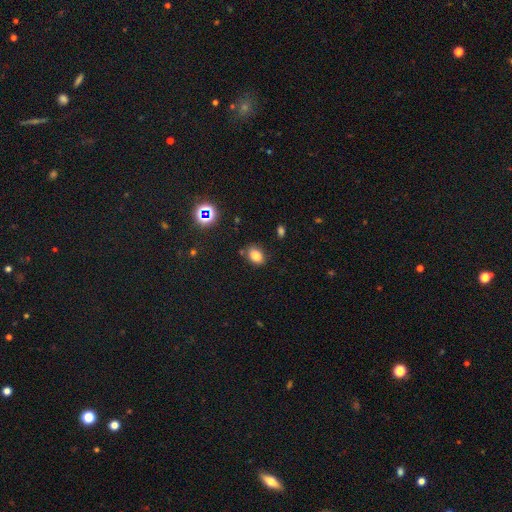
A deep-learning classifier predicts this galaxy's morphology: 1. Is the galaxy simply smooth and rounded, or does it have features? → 80% smooth, 13% star or artifact, 6% featured or disk.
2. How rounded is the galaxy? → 72% in between, 27% round, 1% cigar-shaped.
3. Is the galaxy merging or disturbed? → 79% none, 14% minor disturbance, 4% merger, 3% major disturbance.